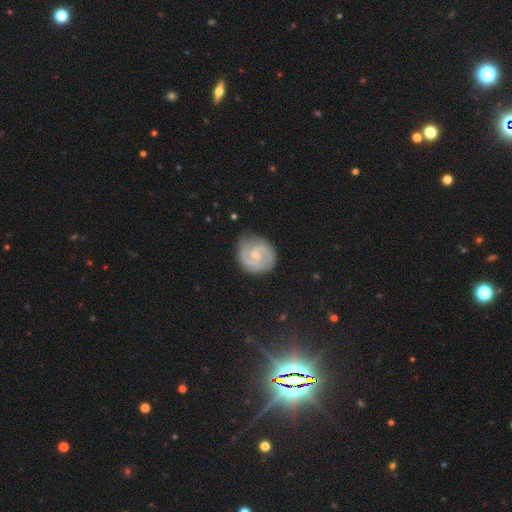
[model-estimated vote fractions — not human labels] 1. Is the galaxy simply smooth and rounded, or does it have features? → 88% featured or disk, 7% smooth, 5% star or artifact.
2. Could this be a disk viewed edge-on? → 98% no, 2% yes.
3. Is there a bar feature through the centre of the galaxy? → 54% no, 39% weak, 7% strong.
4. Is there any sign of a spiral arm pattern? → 98% yes, 2% no.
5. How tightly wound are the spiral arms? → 61% tight, 34% medium, 5% loose.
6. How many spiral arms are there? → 88% 2, 4% 3, 3% can't tell, 1% 1, 1% 4, 1% more than 4.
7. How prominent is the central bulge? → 68% small, 24% moderate, 6% none, 1% large, 1% dominant.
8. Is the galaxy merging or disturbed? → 83% none, 13% minor disturbance, 3% major disturbance, 1% merger.